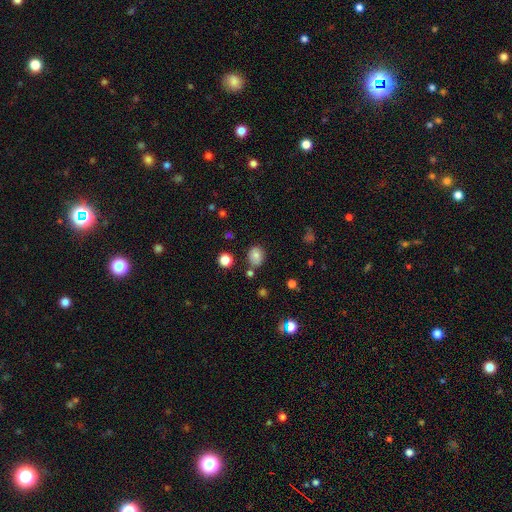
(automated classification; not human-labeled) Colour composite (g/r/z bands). It shows a smooth galaxy with no disk features (78%) that is round (62%). Merging: none (75%).